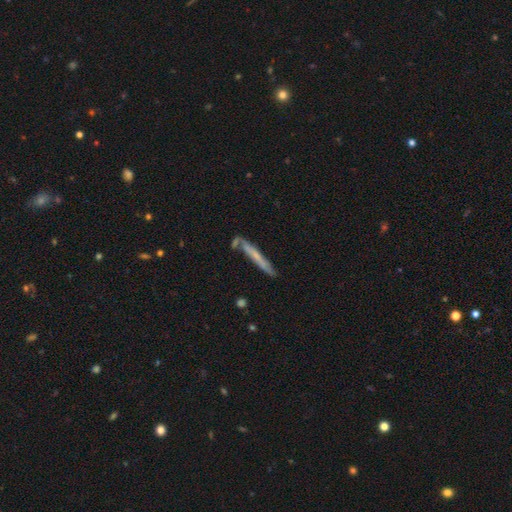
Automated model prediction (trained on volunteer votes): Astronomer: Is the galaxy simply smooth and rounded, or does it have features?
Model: smooth — 48% (runner-up: featured or disk, 45%).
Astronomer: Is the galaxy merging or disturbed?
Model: none — 71%.